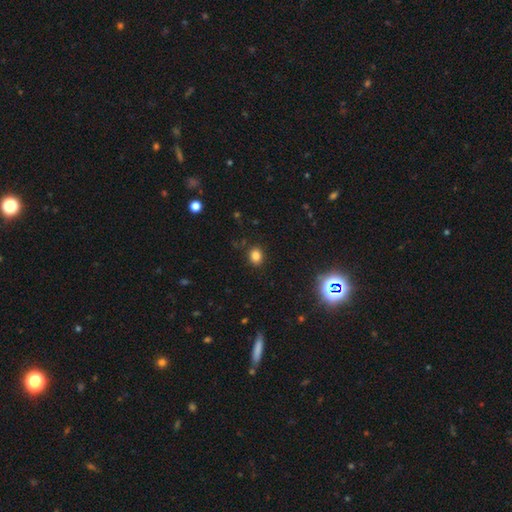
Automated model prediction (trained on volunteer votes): smooth_or_featured: smooth (p=0.81) [alt: star or artifact p=0.14]
how_rounded: round (p=0.52) [alt: in between p=0.47]
merging: none (p=0.88) [alt: minor disturbance p=0.08]